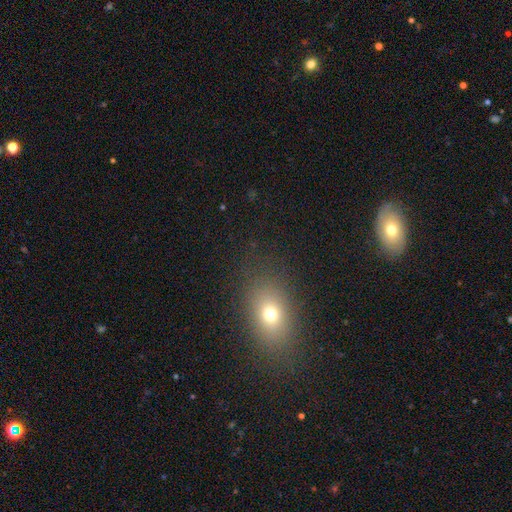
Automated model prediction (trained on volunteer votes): Q: Smooth or featured?
A: smooth (66%); runner-up: star or artifact (21%)
Q: How rounded?
A: in between (73%); runner-up: round (24%)
Q: Merging?
A: none (85%); runner-up: minor disturbance (9%)